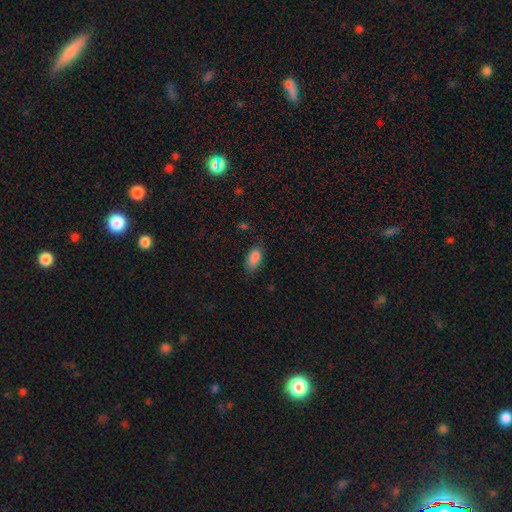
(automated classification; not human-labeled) smooth_or_featured: smooth (p=0.87) [alt: star or artifact p=0.08]
how_rounded: in between (p=0.91) [alt: cigar-shaped p=0.06]
merging: none (p=0.75) [alt: minor disturbance p=0.19]